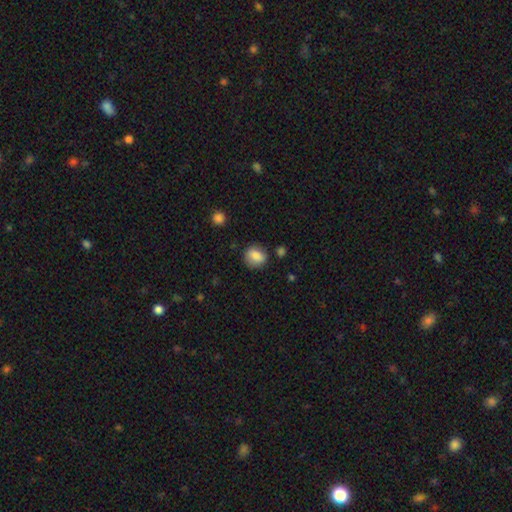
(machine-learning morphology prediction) Overall: smooth (81%). How rounded: round (65%; in between 34%). Merging: none (78%).